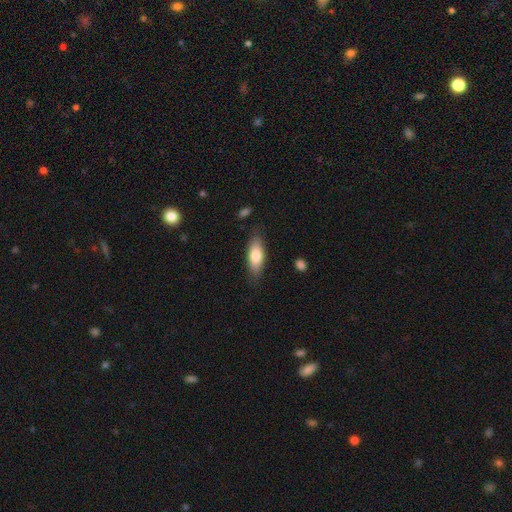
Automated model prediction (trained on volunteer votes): A smooth galaxy with no disk features (78%) that is in between round and cigar-shaped (69%).

Vote fractions:
- Smooth or featured? smooth: 78% / featured or disk: 16% / star or artifact: 6%
- How rounded? in between: 69% / cigar-shaped: 29% / round: 2%
- Merging? none: 81% / minor disturbance: 14% / major disturbance: 3% / merger: 2%